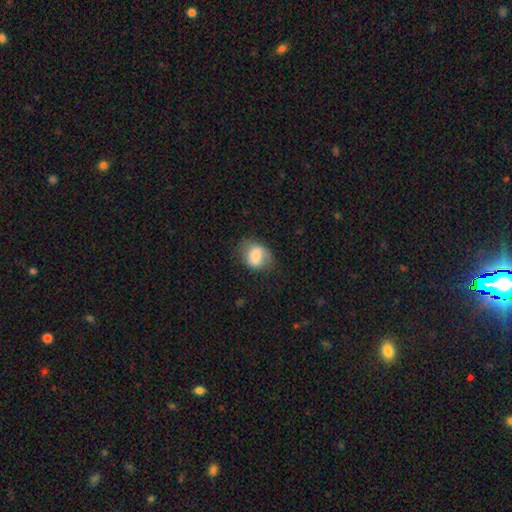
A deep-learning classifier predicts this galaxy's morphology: Smooth or featured: smooth — 69% (featured or disk — 23%)
How rounded: in between — 59% (round — 40%)
Merging: none — 59% (minor disturbance — 27%)